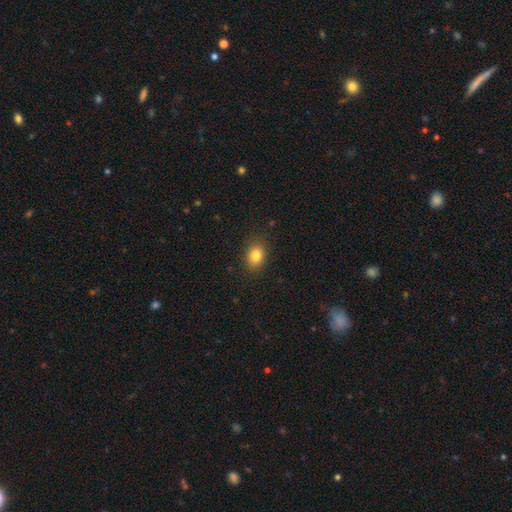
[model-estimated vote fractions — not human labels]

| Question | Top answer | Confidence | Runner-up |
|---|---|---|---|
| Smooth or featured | smooth | 83% | star or artifact (10%) |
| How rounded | in between | 58% | round (41%) |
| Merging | none | 87% | minor disturbance (9%) |